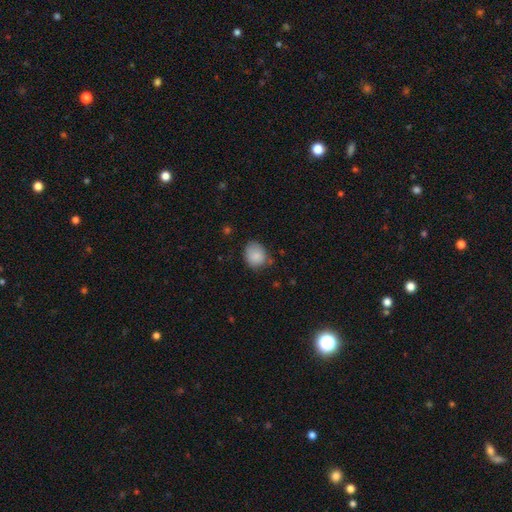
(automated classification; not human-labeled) smooth 86%, star or artifact 8%, featured or disk 6%. Down the decision tree: how rounded — round (54%); merging — none (65%).